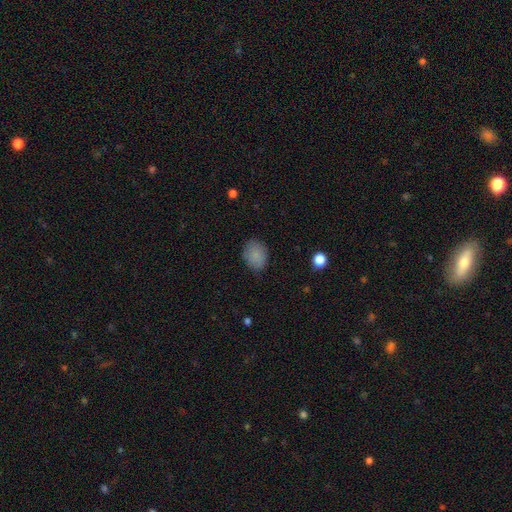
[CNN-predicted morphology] This is clearly a smooth galaxy (86%). How rounded: possibly in between (57%). Merging: likely none (80%).